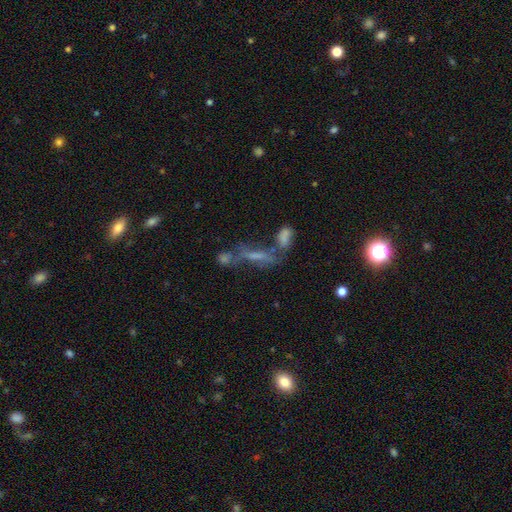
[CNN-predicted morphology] This is marginally a featured or disk galaxy (40%). Merging: marginally none (39%).